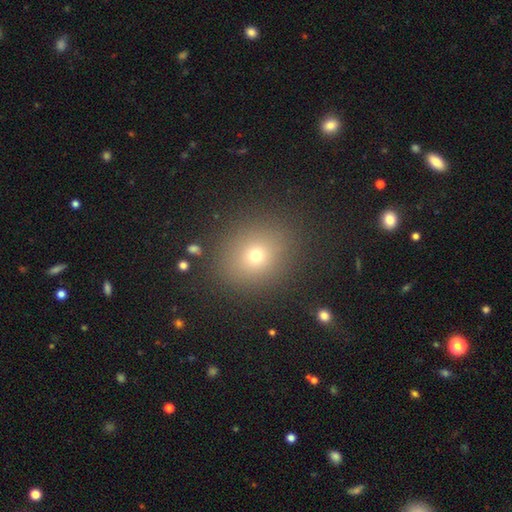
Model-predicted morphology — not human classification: Smooth or featured?
  - smooth: 69% *
  - star or artifact: 20%
  - featured or disk: 11%
How rounded?
  - round: 74% *
  - in between: 25%
  - cigar-shaped: 1%
Merging?
  - none: 87% *
  - minor disturbance: 8%
  - major disturbance: 4%
  - merger: 2%